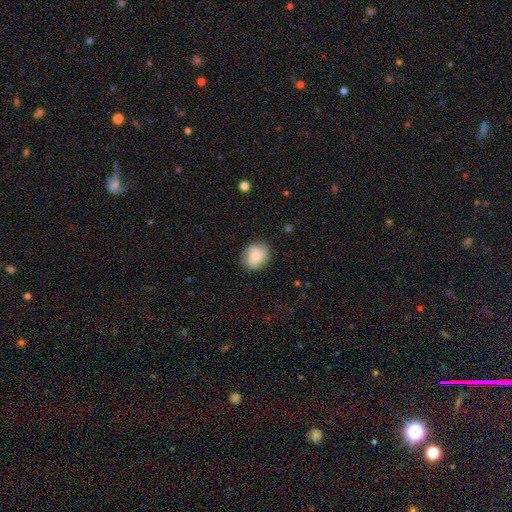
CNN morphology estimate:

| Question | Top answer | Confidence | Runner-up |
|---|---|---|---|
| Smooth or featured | smooth | 55% | featured or disk (37%) |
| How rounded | round | 61% | in between (38%) |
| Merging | none | 72% | minor disturbance (19%) |